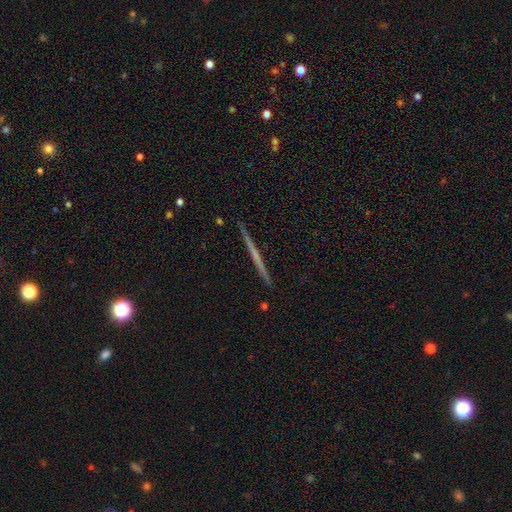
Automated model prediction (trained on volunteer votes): Smooth or featured? Predicted: featured or disk (p=0.59). Edge-on disk? Predicted: yes (p=0.98). Edge-on bulge? Predicted: none (p=0.89). Merging? Predicted: none (p=0.93).